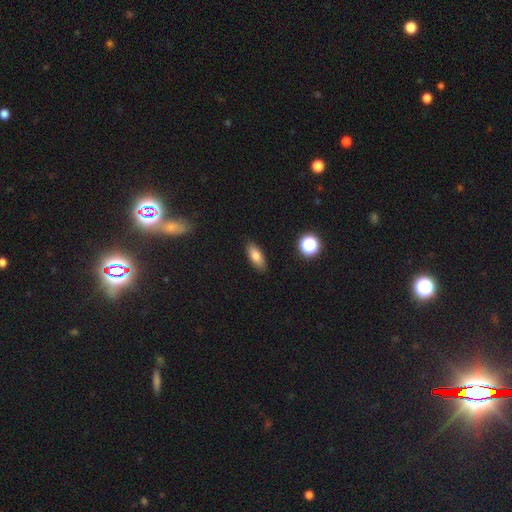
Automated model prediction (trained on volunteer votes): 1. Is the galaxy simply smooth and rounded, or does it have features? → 79% smooth, 12% featured or disk, 9% star or artifact.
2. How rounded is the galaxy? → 78% in between, 18% cigar-shaped, 4% round.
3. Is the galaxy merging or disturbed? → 88% none, 9% minor disturbance, 2% major disturbance, 1% merger.